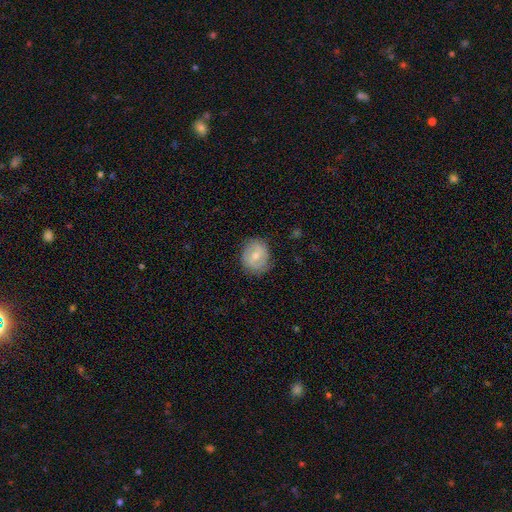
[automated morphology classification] Smooth or featured?
  - smooth: 49% *
  - featured or disk: 44%
  - star or artifact: 7%
Merging?
  - none: 76% *
  - minor disturbance: 18%
  - major disturbance: 5%
  - merger: 1%